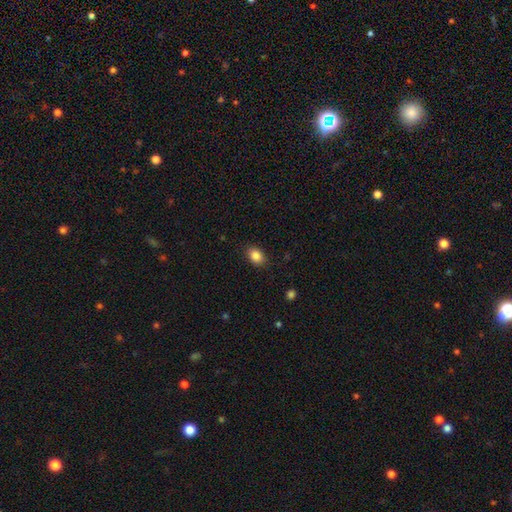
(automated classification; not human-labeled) Smooth or featured? smooth (86%)
How rounded? in between (76%)
Merging? none (87%)